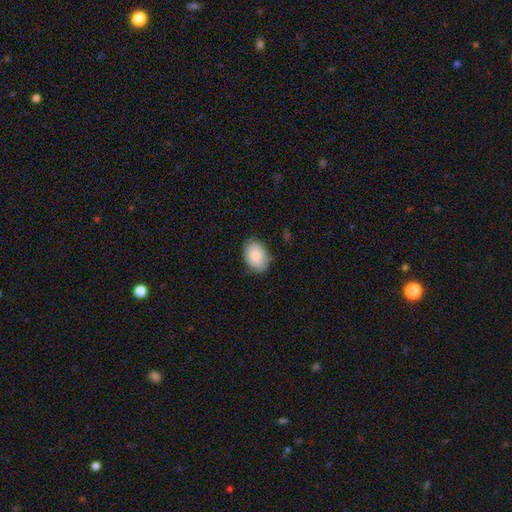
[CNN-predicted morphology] The model was most divided on "how rounded": in between: 82%, round: 17%, cigar-shaped: 1%. More confident: smooth or featured — smooth (85%); merging — none (81%).